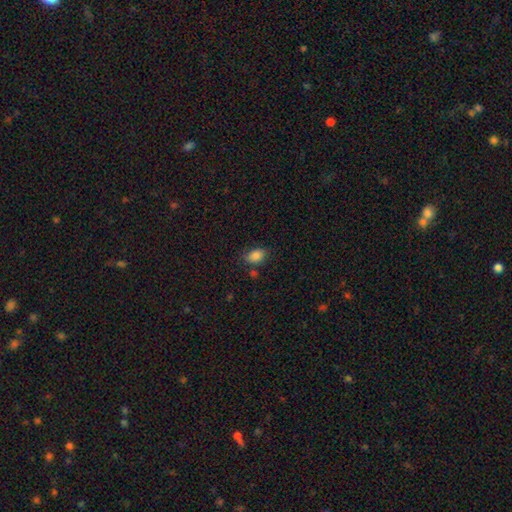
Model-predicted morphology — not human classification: This is clearly a smooth galaxy (86%). How rounded: clearly in between (82%). Merging: likely none (71%).